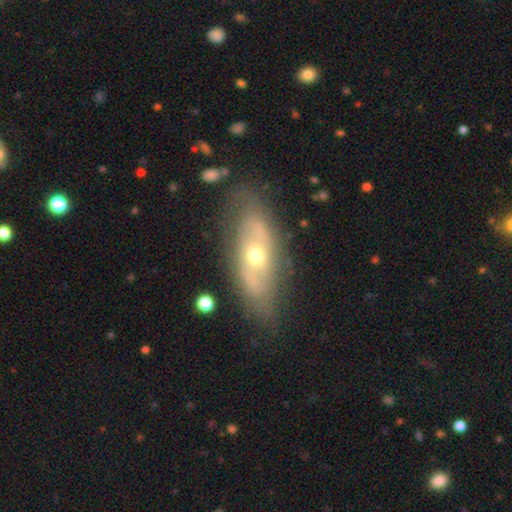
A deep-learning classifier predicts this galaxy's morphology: The model was most divided on "spiral arms": no: 51%, yes: 49%. More confident: edge-on disk — no (81%); merging — none (76%); bar — no (72%); smooth or featured — featured or disk (64%); bulge size — moderate (63%).